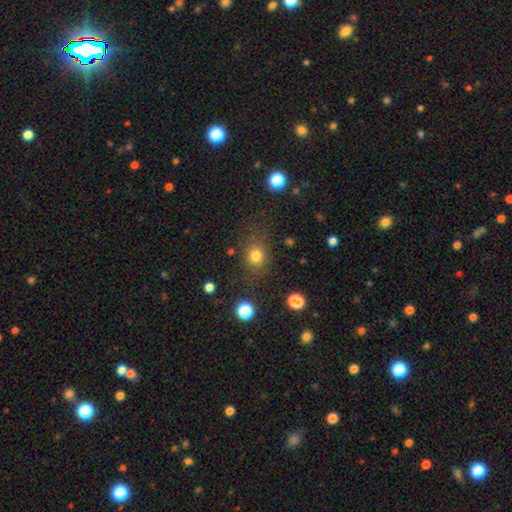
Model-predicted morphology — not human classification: A smooth galaxy with no disk features (78%) that is round (63%). Merging: none (76%).